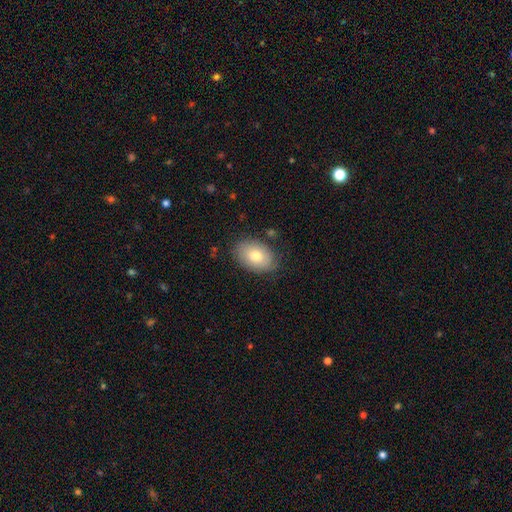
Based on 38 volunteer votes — This is clearly a smooth galaxy (82%). How rounded: likely in between (74%). Merging: clearly none (80%).